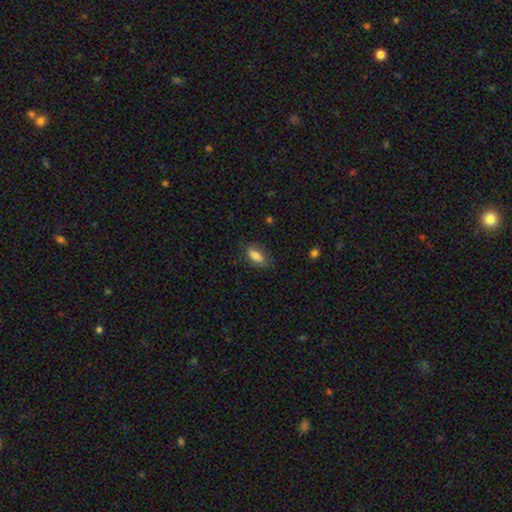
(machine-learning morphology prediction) Smooth or featured? smooth (82%)
How rounded? in between (83%)
Merging? none (75%)